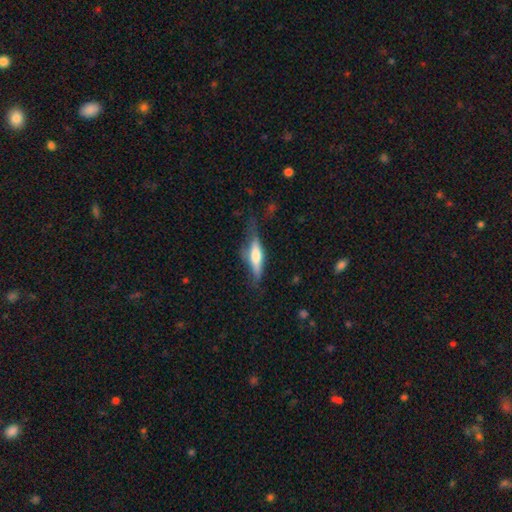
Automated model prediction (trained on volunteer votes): smooth 49%, featured or disk 45%, star or artifact 6%. Down the decision tree: merging — none (53%).